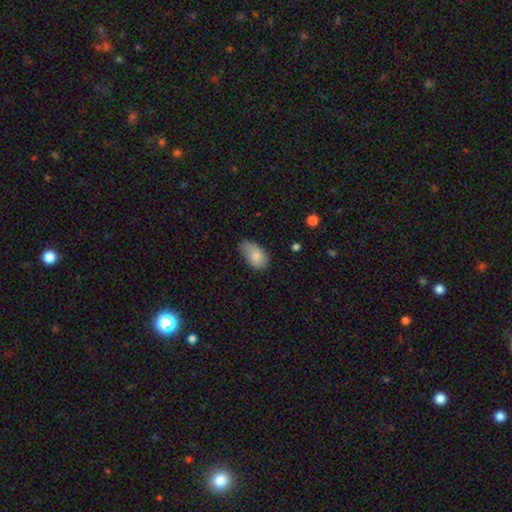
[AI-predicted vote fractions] The model was most divided on "merging": minor disturbance: 41%, none: 40%, major disturbance: 16%, merger: 3%. More confident: how rounded — in between (91%); smooth or featured — smooth (76%).